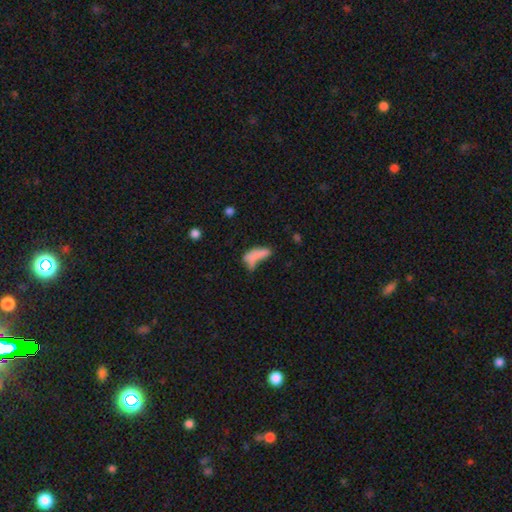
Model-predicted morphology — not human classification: Smooth or featured: smooth — 70% (featured or disk — 18%)
How rounded: in between — 61% (cigar-shaped — 35%)
Merging: major disturbance — 27% (none — 26%)